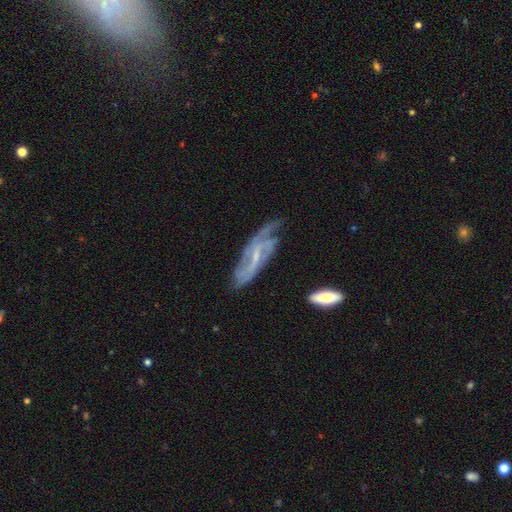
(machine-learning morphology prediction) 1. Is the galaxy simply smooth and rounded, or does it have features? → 81% featured or disk, 12% smooth, 7% star or artifact.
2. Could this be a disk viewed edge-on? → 86% no, 14% yes.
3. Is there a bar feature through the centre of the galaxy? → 46% weak, 30% no, 24% strong.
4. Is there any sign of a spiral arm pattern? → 93% yes, 7% no.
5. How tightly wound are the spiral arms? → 43% medium, 32% tight, 25% loose.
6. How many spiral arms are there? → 44% 2, 24% can't tell, 17% 3, 6% 1, 5% 4, 4% more than 4.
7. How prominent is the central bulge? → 64% small, 18% moderate, 16% none, 1% large, 1% dominant.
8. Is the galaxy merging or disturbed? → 54% none, 26% minor disturbance, 17% major disturbance, 4% merger.